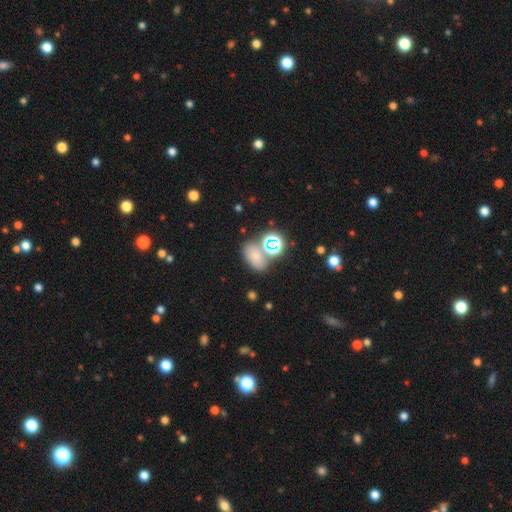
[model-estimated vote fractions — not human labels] This is likely a smooth galaxy (62%). How rounded: likely in between (78%). Merging: possibly none (58%).